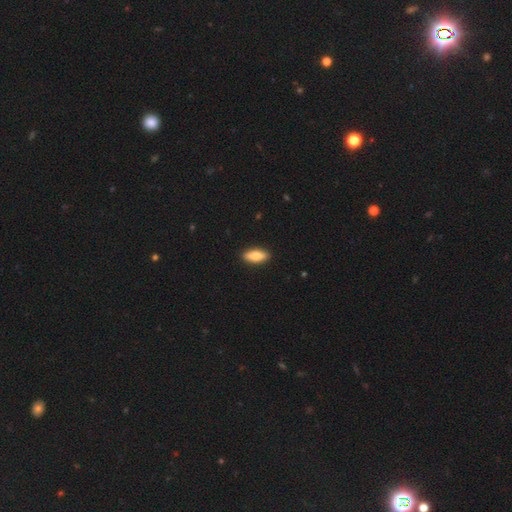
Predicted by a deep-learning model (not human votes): Overall: smooth (73%). How rounded: in between (72%). Merging: none (91%).